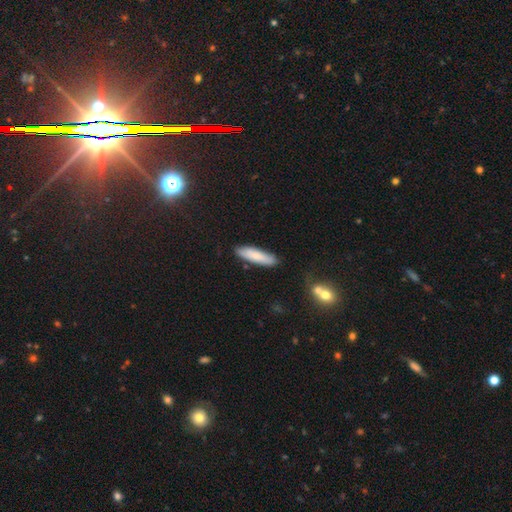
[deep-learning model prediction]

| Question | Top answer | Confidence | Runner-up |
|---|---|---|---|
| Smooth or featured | smooth | 81% | featured or disk (14%) |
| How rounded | cigar-shaped | 72% | in between (26%) |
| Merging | none | 85% | minor disturbance (11%) |